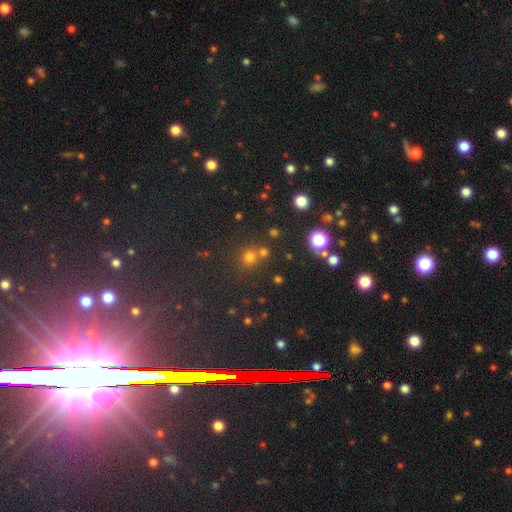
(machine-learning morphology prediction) The model was most divided on "smooth or featured": smooth: 53%, star or artifact: 40%, featured or disk: 8%. More confident: how rounded — round (90%); merging — none (77%).